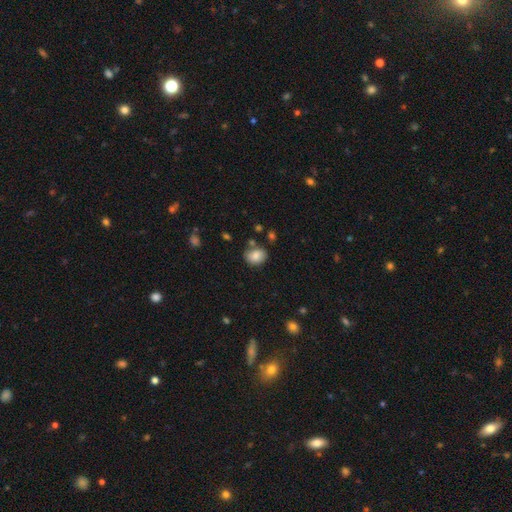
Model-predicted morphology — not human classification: This is clearly a smooth galaxy (81%). How rounded: possibly in between (51%). Merging: likely none (69%).